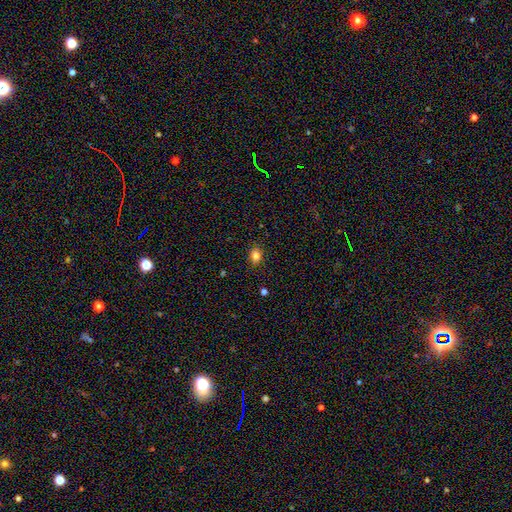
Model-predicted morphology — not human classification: smooth 82%, star or artifact 12%, featured or disk 7%. Down the decision tree: how rounded — in between (62%); merging — none (84%).